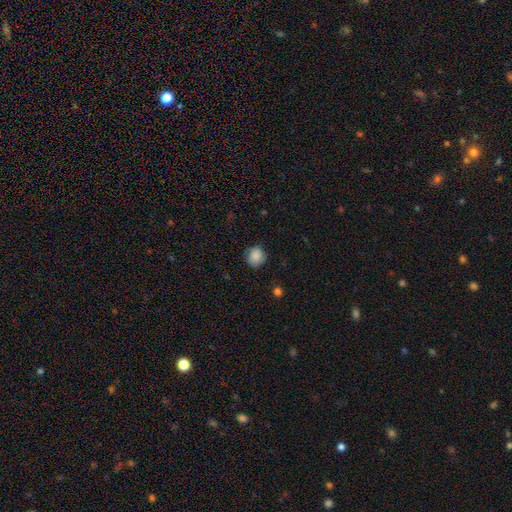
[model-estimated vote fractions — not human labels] Smooth or featured: smooth — 86% (star or artifact — 9%)
How rounded: round — 85% (in between — 14%)
Merging: none — 83% (minor disturbance — 13%)